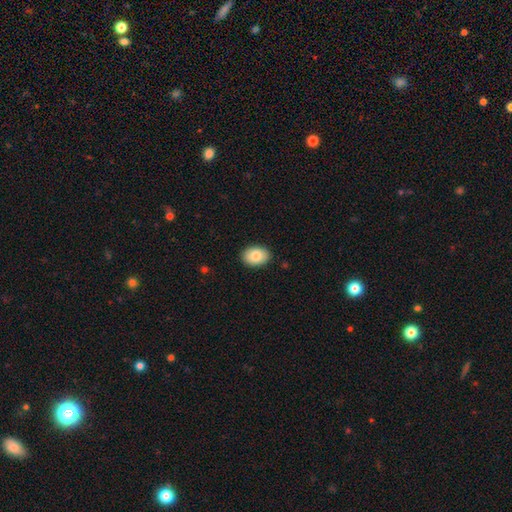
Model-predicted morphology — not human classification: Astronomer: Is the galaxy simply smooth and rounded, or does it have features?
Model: smooth — 85%.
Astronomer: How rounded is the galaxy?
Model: in between — 82%.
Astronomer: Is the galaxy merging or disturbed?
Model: none — 89%.